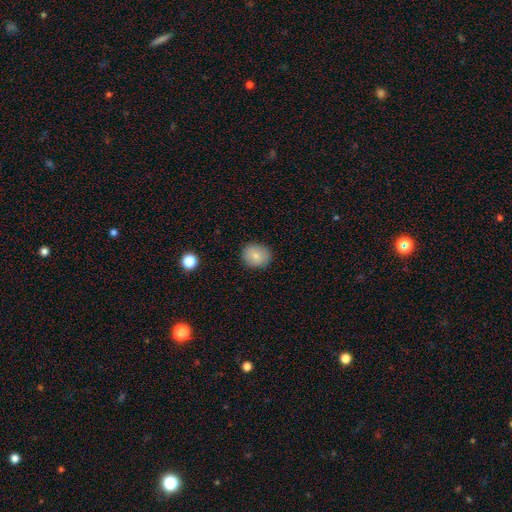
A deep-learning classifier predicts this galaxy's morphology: Q: Smooth or featured?
A: smooth (80%); runner-up: featured or disk (10%)
Q: How rounded?
A: round (74%); runner-up: in between (25%)
Q: Merging?
A: none (87%); runner-up: minor disturbance (9%)